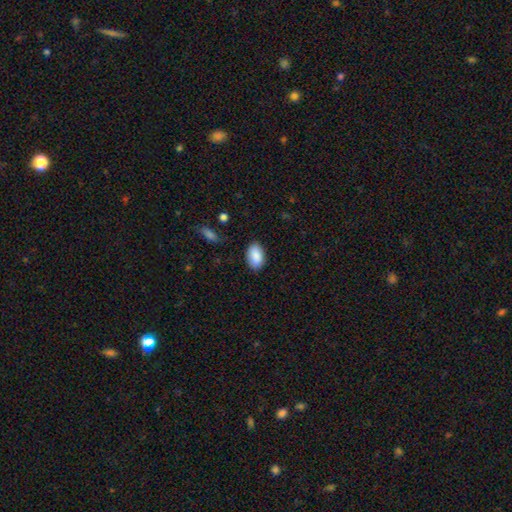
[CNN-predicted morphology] Q: Smooth or featured?
A: smooth (89%); runner-up: star or artifact (6%)
Q: How rounded?
A: in between (93%); runner-up: round (6%)
Q: Merging?
A: none (85%); runner-up: minor disturbance (11%)